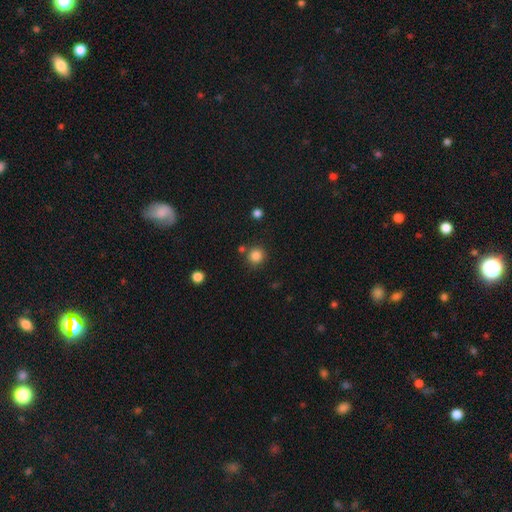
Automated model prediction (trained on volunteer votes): The model was most divided on "smooth or featured": smooth: 84%, star or artifact: 11%, featured or disk: 4%. More confident: how rounded — round (92%); merging — none (82%).